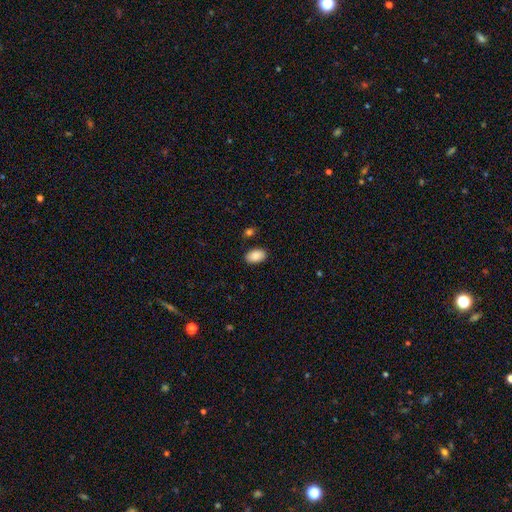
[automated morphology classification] Smooth or featured?
  - smooth: 88% *
  - star or artifact: 7%
  - featured or disk: 5%
How rounded?
  - in between: 91% *
  - round: 8%
  - cigar-shaped: 1%
Merging?
  - none: 86% *
  - minor disturbance: 9%
  - merger: 2%
  - major disturbance: 2%